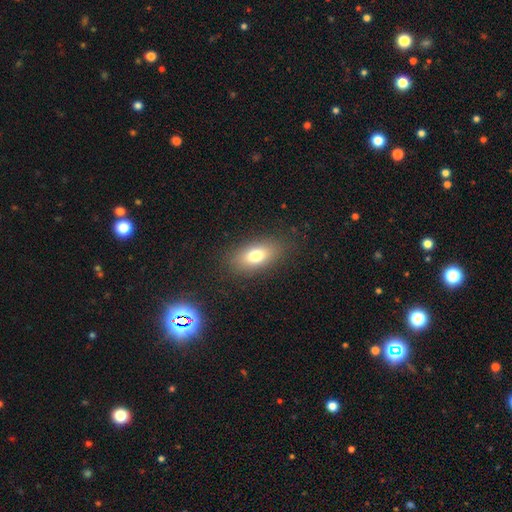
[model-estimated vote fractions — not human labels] Smooth or featured?
  - smooth: 75% *
  - featured or disk: 15%
  - star or artifact: 10%
How rounded?
  - in between: 86% *
  - round: 8%
  - cigar-shaped: 6%
Merging?
  - none: 85% *
  - minor disturbance: 10%
  - major disturbance: 4%
  - merger: 1%